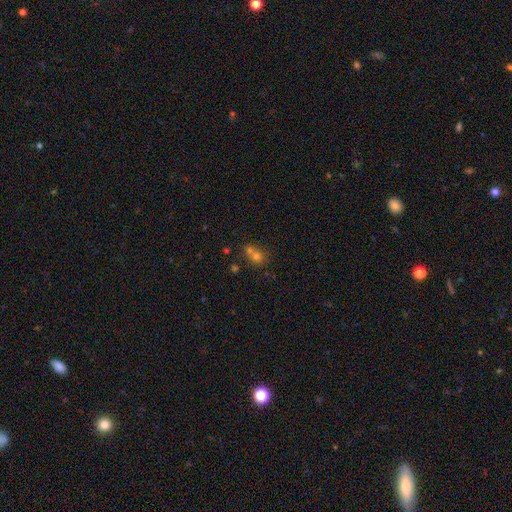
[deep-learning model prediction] Overall: smooth (59%; star or artifact 25%). How rounded: round (77%). Merging: merger (50%; none 40%).